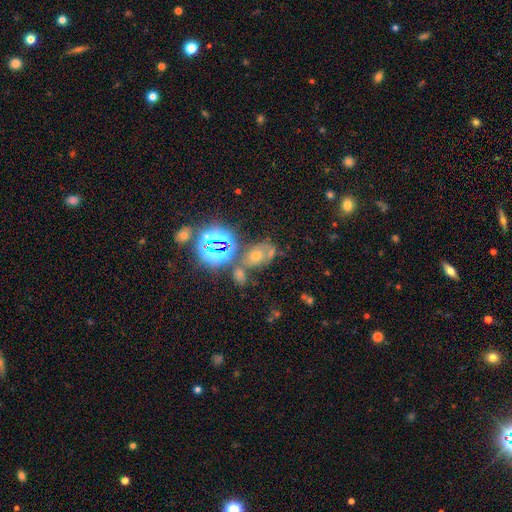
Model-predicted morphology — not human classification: smooth-or-featured: star or artifact: 49% | smooth: 28% | featured or disk: 23%